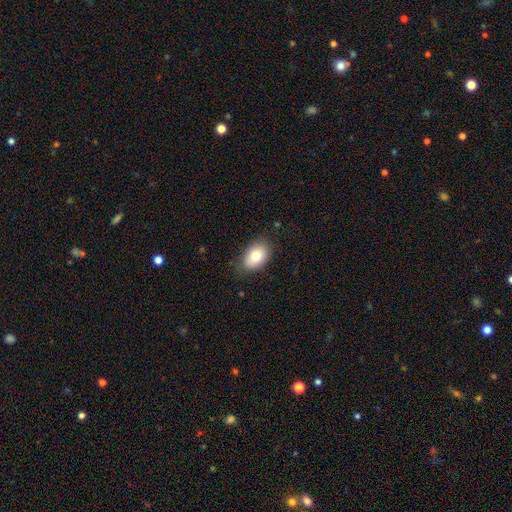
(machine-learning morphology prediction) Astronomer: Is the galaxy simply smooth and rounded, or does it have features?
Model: smooth — 78%.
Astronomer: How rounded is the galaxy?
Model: in between — 88%.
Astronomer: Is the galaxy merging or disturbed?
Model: none — 81%.